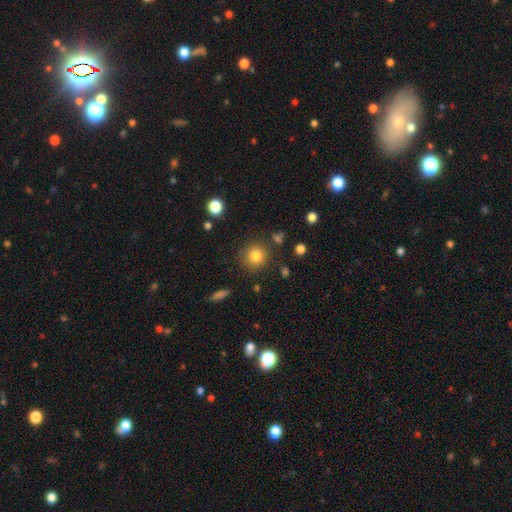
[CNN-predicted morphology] A smooth galaxy with no disk features (82%) that is round (92%). Merging: none (85%).